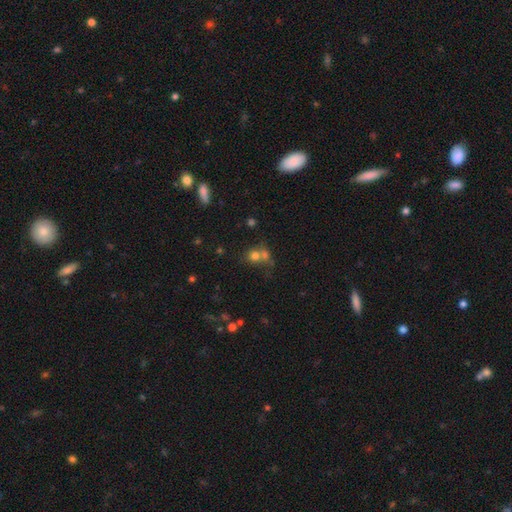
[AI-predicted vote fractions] This appears to be a smooth galaxy with no disk features (68%) that is round (80%). Merging: merger (47%).